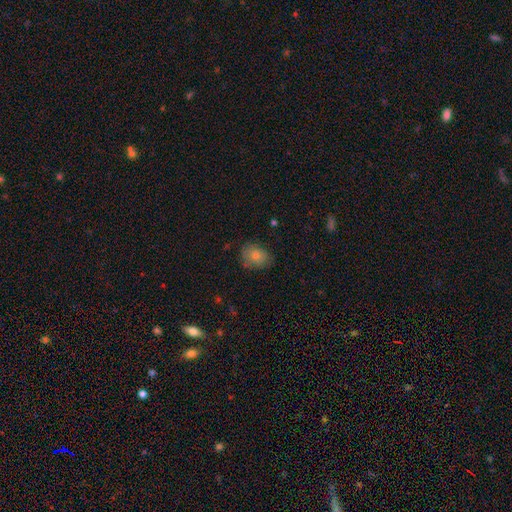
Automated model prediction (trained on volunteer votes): Smooth or featured: smooth — 78% (featured or disk — 13%)
How rounded: in between — 60% (round — 39%)
Merging: none — 74% (minor disturbance — 20%)